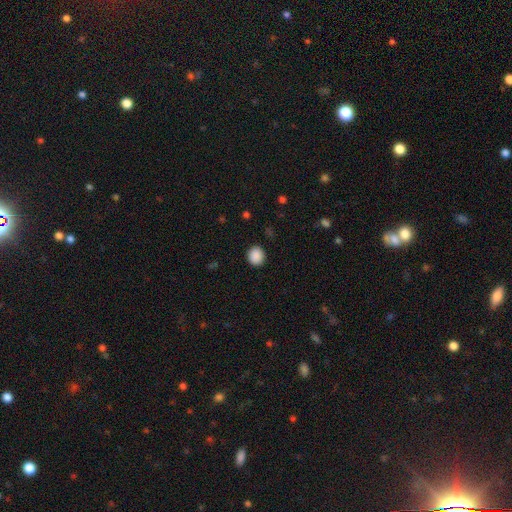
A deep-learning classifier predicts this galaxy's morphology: The model was most divided on "how rounded": round: 78%, in between: 21%, cigar-shaped: 1%. More confident: merging — none (90%); smooth or featured — smooth (89%).